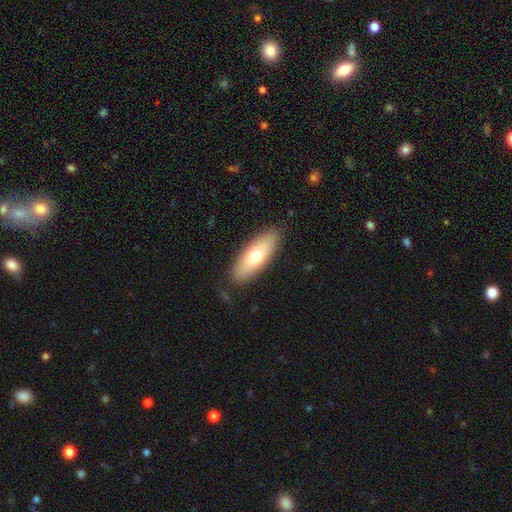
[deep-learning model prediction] Smooth or featured? smooth (68%)
How rounded? in between (63%)
Merging? none (87%)